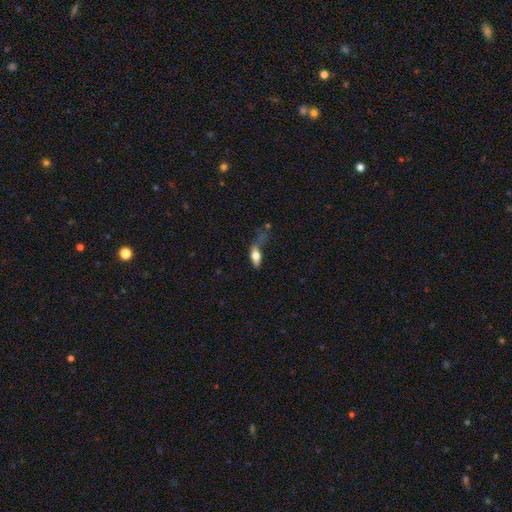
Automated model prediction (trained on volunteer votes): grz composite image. It shows a smooth galaxy with no disk features (62%) that is in between round and cigar-shaped (67%). Merging: major disturbance (39%).